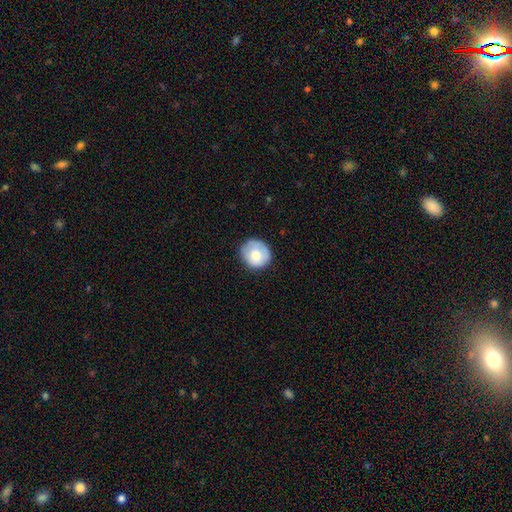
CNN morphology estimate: smooth-or-featured: smooth: 69% | featured or disk: 24% | star or artifact: 7%
  how-rounded: round: 87% | in between: 13% | cigar-shaped: 1%
  merging: none: 74% | minor disturbance: 20% | major disturbance: 5% | merger: 1%